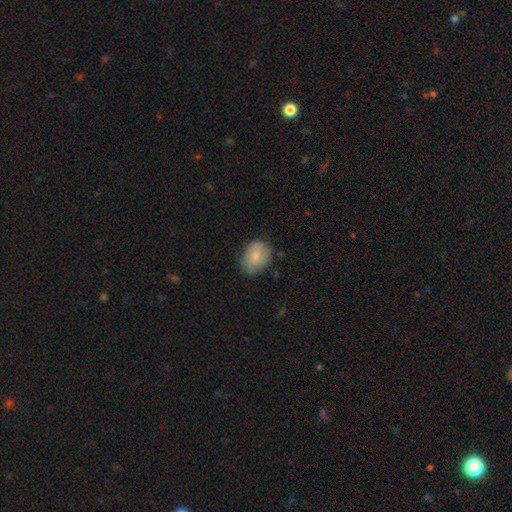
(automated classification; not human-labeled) This is likely a smooth galaxy (79%). How rounded: likely in between (66%). Merging: likely none (71%).